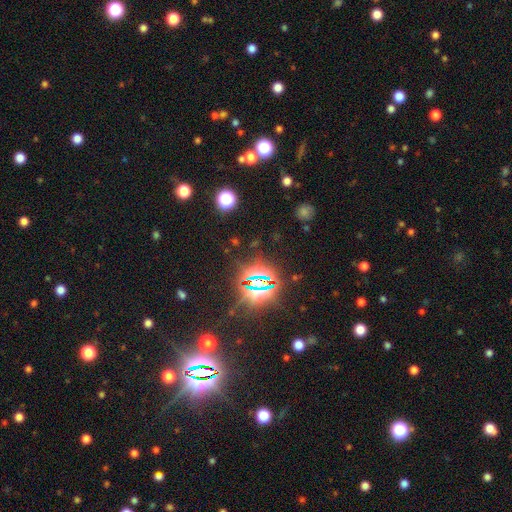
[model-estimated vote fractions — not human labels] smooth_or_featured: star or artifact (p=0.83) [alt: smooth p=0.10]